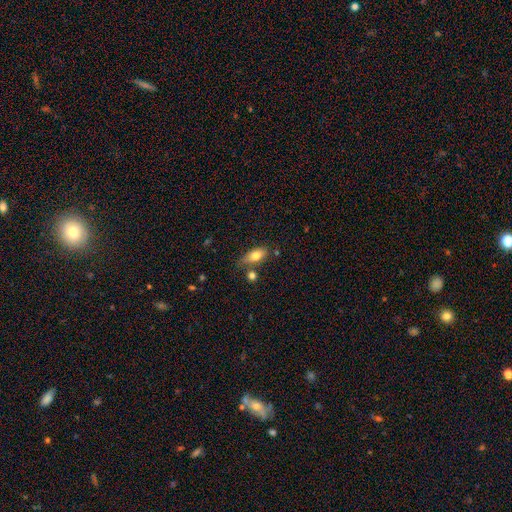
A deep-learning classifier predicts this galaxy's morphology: smooth-or-featured: smooth: 75% | featured or disk: 18% | star or artifact: 8%
  how-rounded: in between: 83% | cigar-shaped: 12% | round: 5%
  merging: none: 61% | minor disturbance: 21% | merger: 13% | major disturbance: 6%